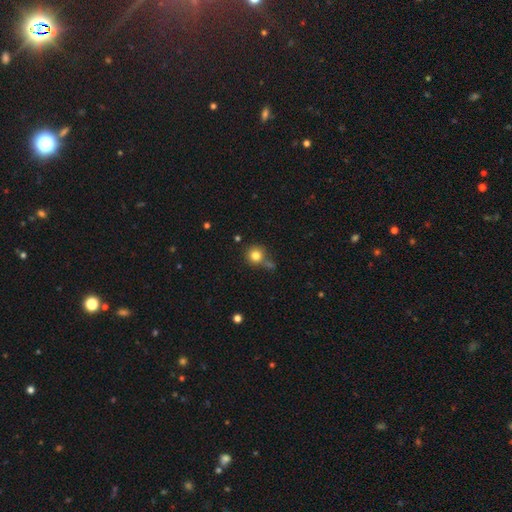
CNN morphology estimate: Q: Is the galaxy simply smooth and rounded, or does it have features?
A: smooth — 81%.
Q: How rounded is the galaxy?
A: round — 93%.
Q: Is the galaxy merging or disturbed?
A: none — 69%.